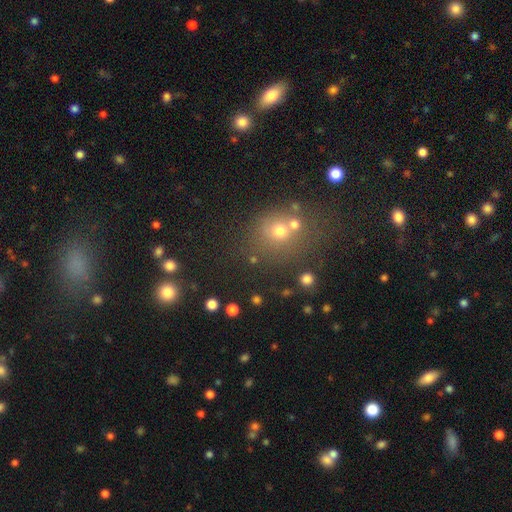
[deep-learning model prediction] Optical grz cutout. It shows a smooth galaxy with no disk features (55%) that is round (78%). Merging: none (59%).